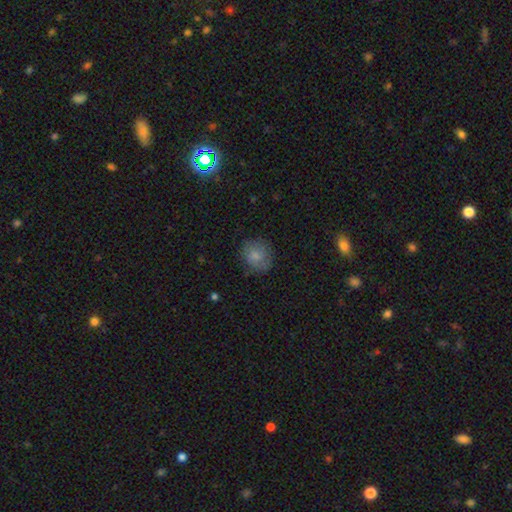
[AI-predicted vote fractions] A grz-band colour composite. It shows a smooth galaxy with no disk features (76%) that is round (79%). Merging: none (73%).